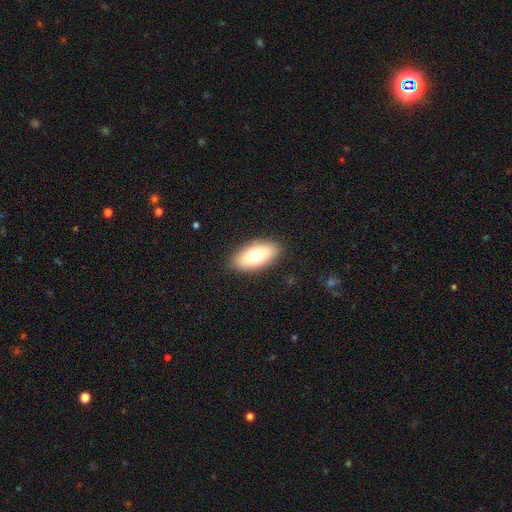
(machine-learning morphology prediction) smooth_or_featured: smooth (p=0.74) [alt: featured or disk p=0.18]
how_rounded: in between (p=0.89) [alt: cigar-shaped p=0.08]
merging: none (p=0.88) [alt: minor disturbance p=0.09]